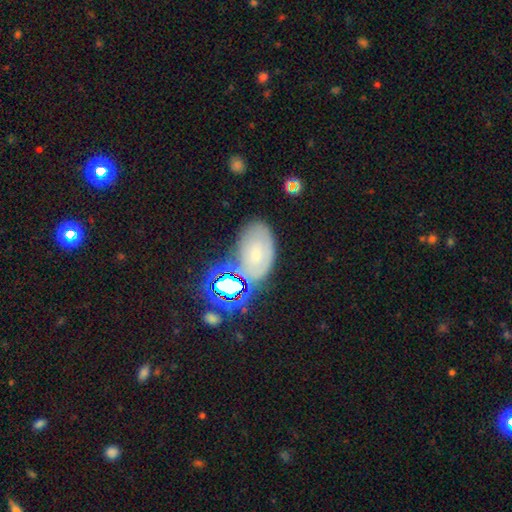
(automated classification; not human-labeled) A smooth galaxy with no disk features (37%).

Vote fractions:
- Smooth or featured? smooth: 37% / featured or disk: 35% / star or artifact: 28%
- Merging? none: 60% / minor disturbance: 22% / merger: 9% / major disturbance: 9%